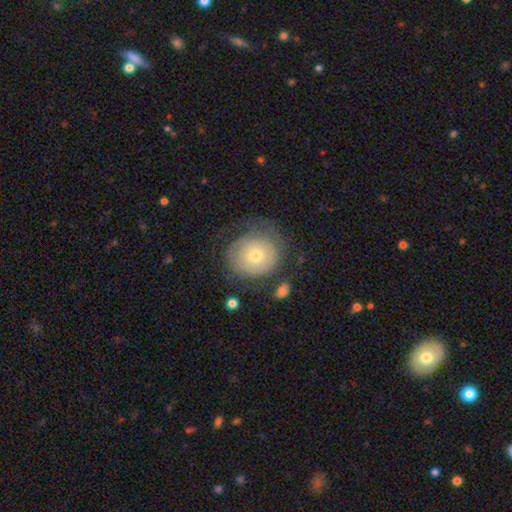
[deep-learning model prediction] Smooth or featured?
  - smooth: 53% *
  - featured or disk: 39%
  - star or artifact: 8%
How rounded?
  - round: 80% *
  - in between: 19%
  - cigar-shaped: 1%
Merging?
  - none: 59% *
  - minor disturbance: 23%
  - major disturbance: 15%
  - merger: 3%